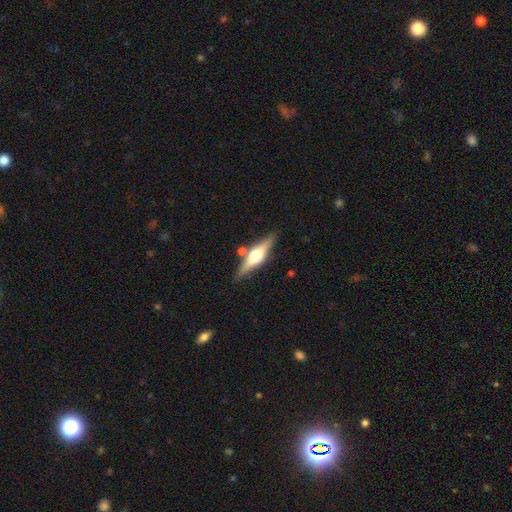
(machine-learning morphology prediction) A featured or disk galaxy (69%) viewed edge-on (96%) with a rounded central bulge (93%).

Vote fractions:
- Smooth or featured? featured or disk: 69% / smooth: 25% / star or artifact: 6%
- Edge-on disk? yes: 96% / no: 4%
- Edge-on bulge? rounded: 93% / boxy: 5% / none: 2%
- Merging? none: 79% / minor disturbance: 11% / merger: 8% / major disturbance: 3%